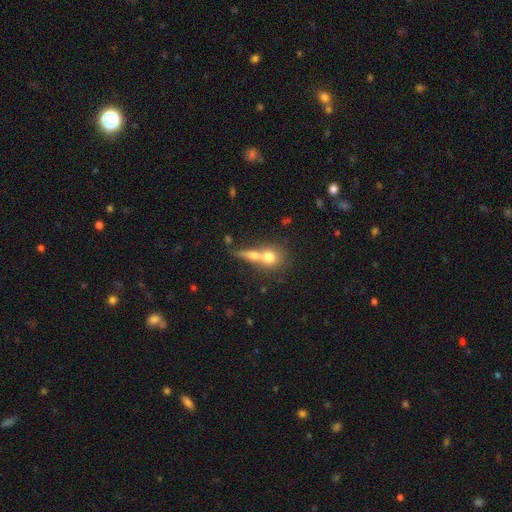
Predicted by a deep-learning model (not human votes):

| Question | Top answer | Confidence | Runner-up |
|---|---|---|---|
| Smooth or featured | smooth | 62% | featured or disk (26%) |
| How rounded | round | 60% | in between (26%) |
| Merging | merger | 54% | none (32%) |